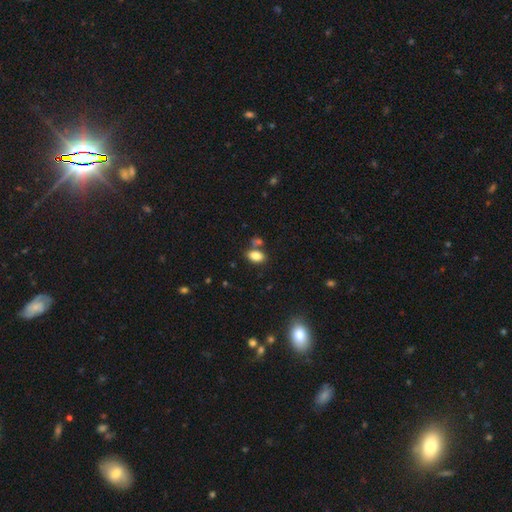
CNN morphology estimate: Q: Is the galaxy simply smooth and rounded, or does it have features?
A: smooth — 85%.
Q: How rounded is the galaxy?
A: in between — 89%.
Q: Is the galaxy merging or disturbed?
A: none — 64%.